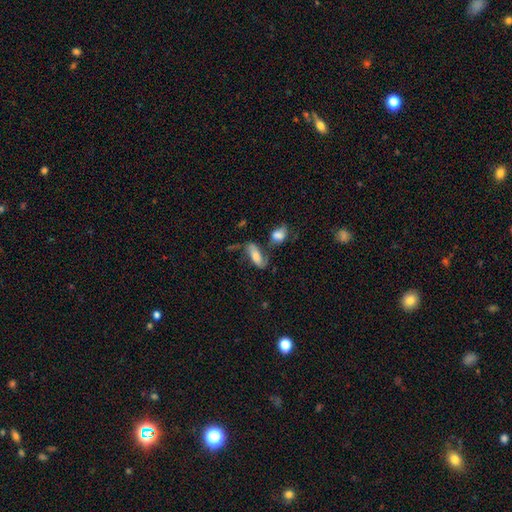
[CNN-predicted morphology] type=smooth (57%); roundness=in between (75%); merging=none (43%).